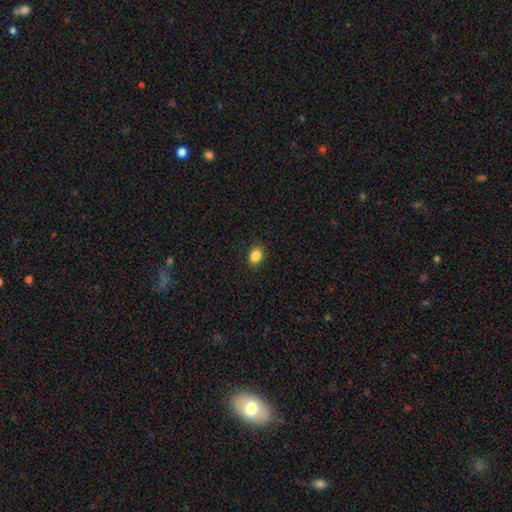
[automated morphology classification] Smooth or featured?
  - smooth: 86% *
  - star or artifact: 10%
  - featured or disk: 4%
How rounded?
  - in between: 66% *
  - round: 33%
  - cigar-shaped: 1%
Merging?
  - none: 90% *
  - minor disturbance: 7%
  - major disturbance: 2%
  - merger: 1%